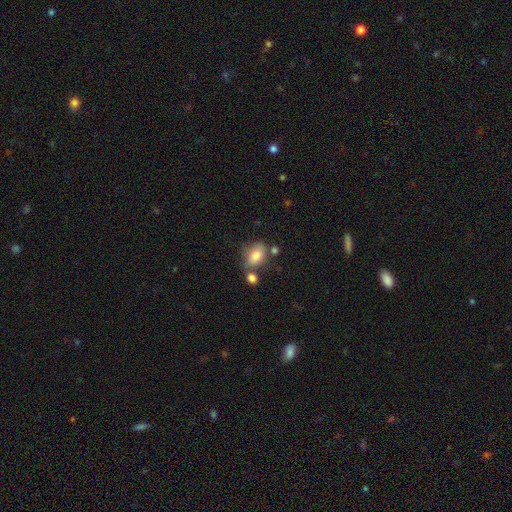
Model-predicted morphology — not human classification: smooth 81%, featured or disk 11%, star or artifact 8%. Down the decision tree: how rounded — in between (77%); merging — none (52%).